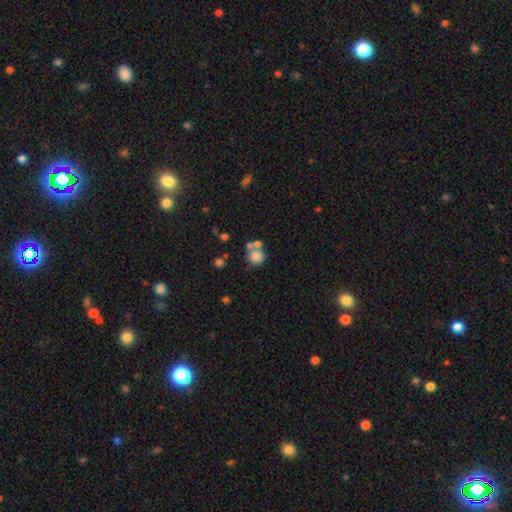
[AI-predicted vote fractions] This appears to be a smooth galaxy with no disk features (77%) that is round (88%). Merging: none (49%).